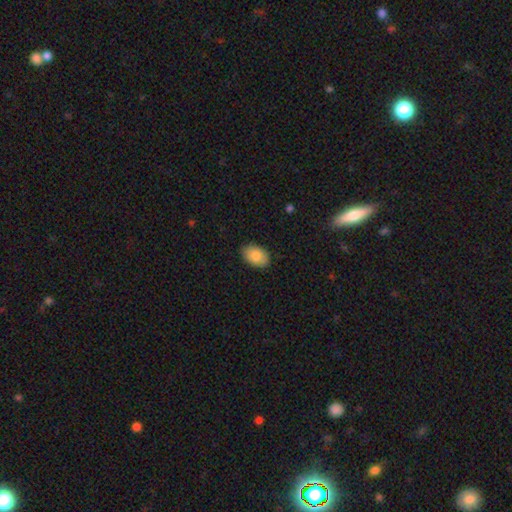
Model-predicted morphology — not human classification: Smooth or featured?
  - smooth: 84% *
  - featured or disk: 9%
  - star or artifact: 6%
How rounded?
  - in between: 87% *
  - round: 12%
  - cigar-shaped: 1%
Merging?
  - none: 87% *
  - minor disturbance: 10%
  - major disturbance: 2%
  - merger: 1%